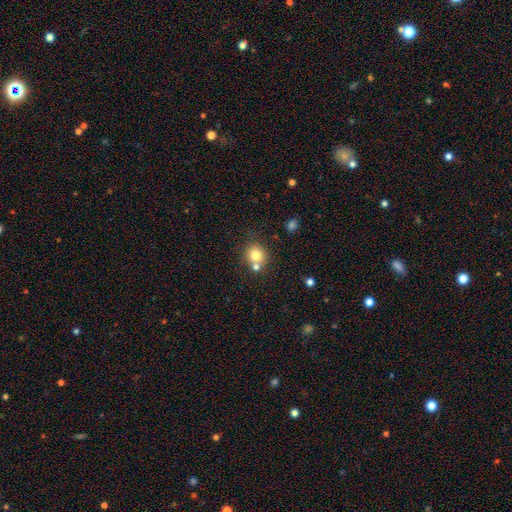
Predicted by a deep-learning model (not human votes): Smooth or featured? smooth (77%)
How rounded? round (83%)
Merging? none (62%)